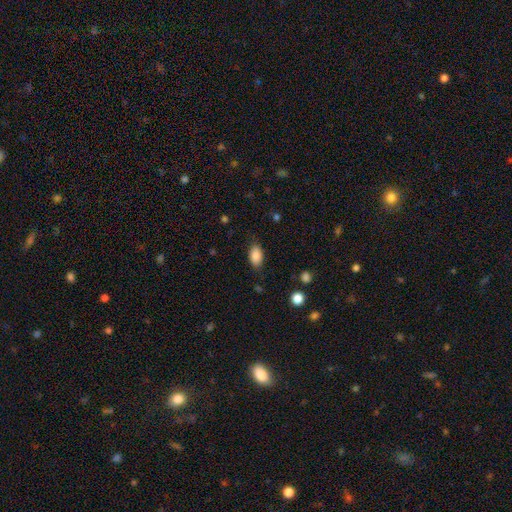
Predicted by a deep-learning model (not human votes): Smooth or featured: smooth — 87% (star or artifact — 8%)
How rounded: in between — 92% (round — 6%)
Merging: none — 81% (minor disturbance — 15%)